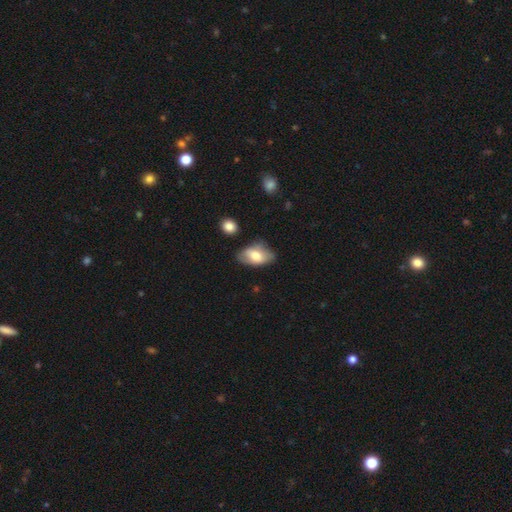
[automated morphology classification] This is likely a smooth galaxy (65%). How rounded: clearly in between (91%). Merging: likely none (61%).